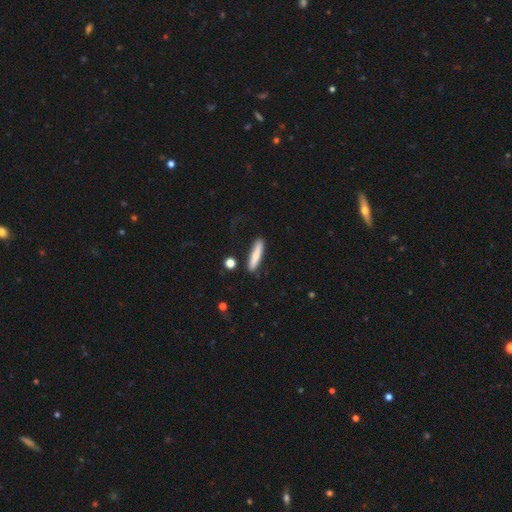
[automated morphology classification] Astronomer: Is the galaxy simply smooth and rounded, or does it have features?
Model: smooth — 76%.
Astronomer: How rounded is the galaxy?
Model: cigar-shaped — 88%.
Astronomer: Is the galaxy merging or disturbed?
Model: none — 84%.